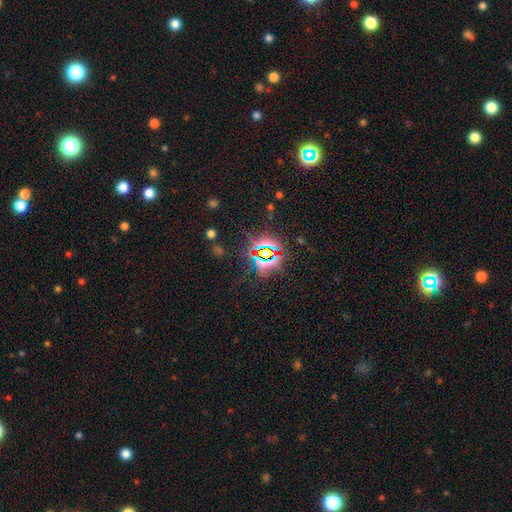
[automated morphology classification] smooth_or_featured: star or artifact (p=0.79) [alt: smooth p=0.12]